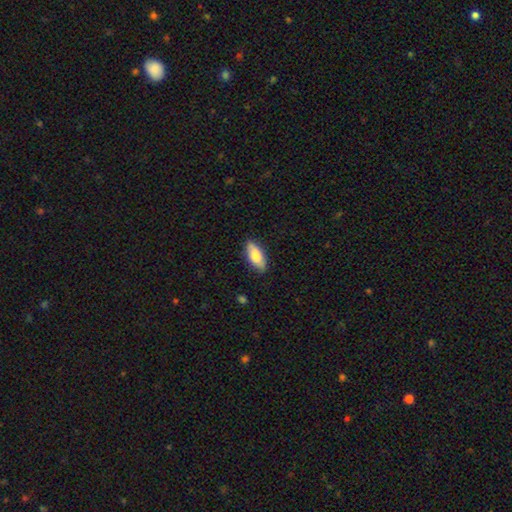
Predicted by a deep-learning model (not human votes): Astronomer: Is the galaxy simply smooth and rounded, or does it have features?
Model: smooth — 76%.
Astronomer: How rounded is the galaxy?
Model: in between — 78%.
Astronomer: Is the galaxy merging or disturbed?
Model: none — 86%.